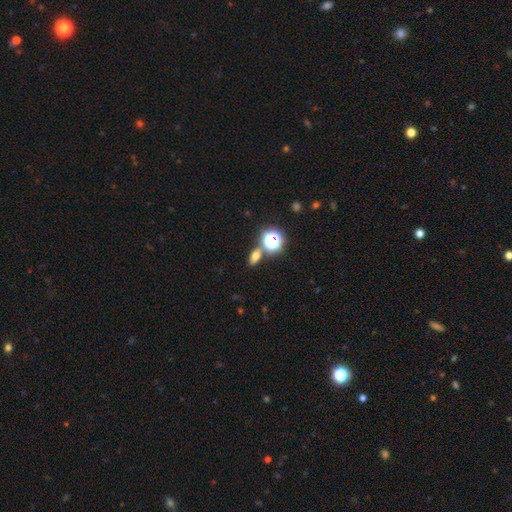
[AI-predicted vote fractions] Morphology: type=smooth (60%); roundness=in between (67%); merging=none (75%).